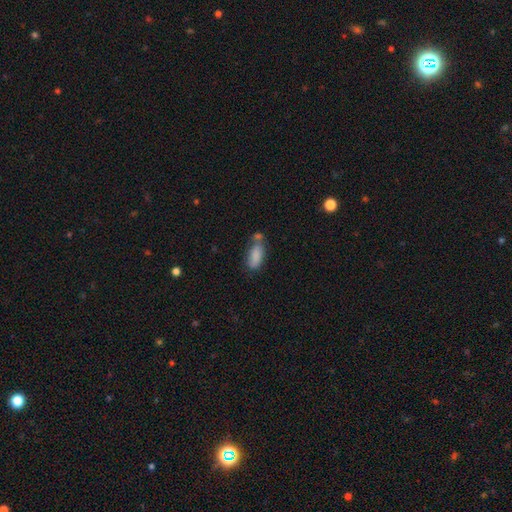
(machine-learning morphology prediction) type=smooth (83%); roundness=in between (82%); merging=none (43%).